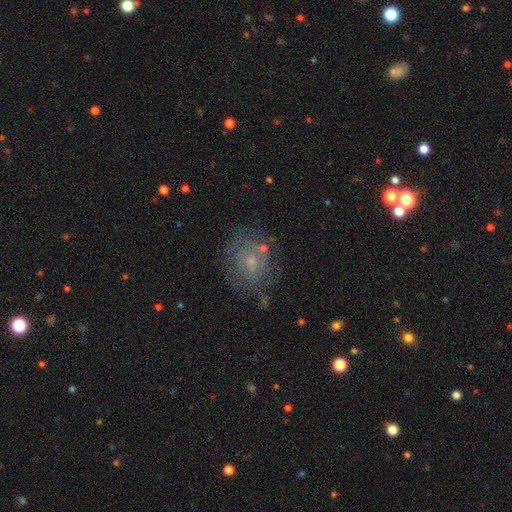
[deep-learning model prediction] Smooth or featured? featured or disk (42%)
Merging? none (64%)